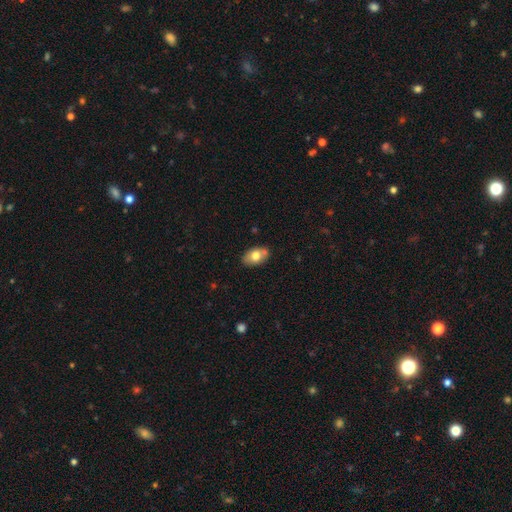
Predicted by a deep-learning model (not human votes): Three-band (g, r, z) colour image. It shows a smooth galaxy with no disk features (72%) that is in between round and cigar-shaped (89%). Merging: none (74%).